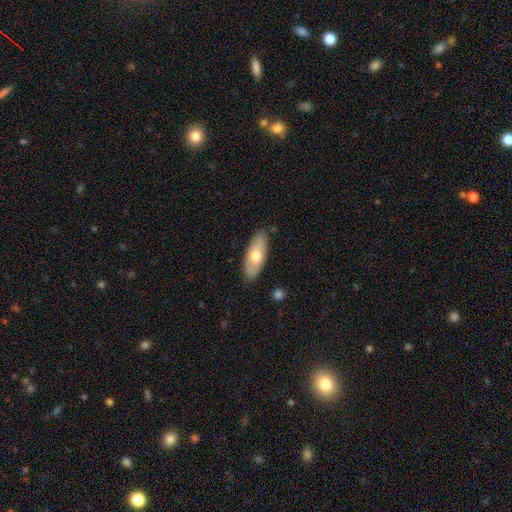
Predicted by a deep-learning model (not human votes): The model was most divided on "smooth or featured": smooth: 65%, featured or disk: 29%, star or artifact: 6%. More confident: merging — none (84%); how rounded — in between (80%).